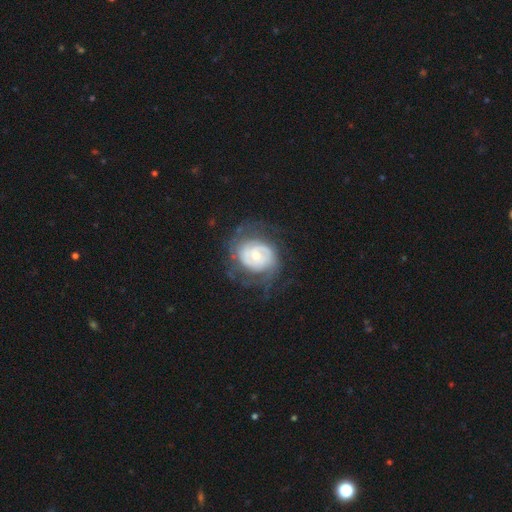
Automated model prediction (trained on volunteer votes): Smooth or featured? featured or disk (81%)
Edge-on disk? no (98%)
Bar? no (59%)
Spiral arms? yes (90%)
Spiral winding? tight (59%)
Spiral arm count? 2 (45%)
Bulge size? moderate (48%)
Merging? none (61%)